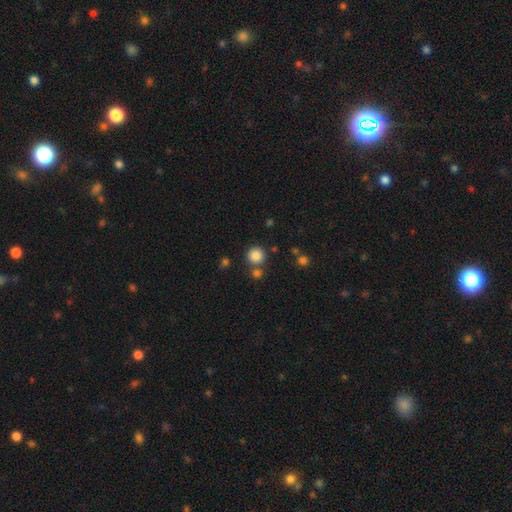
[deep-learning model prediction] Smooth or featured?
  - smooth: 84% *
  - star or artifact: 11%
  - featured or disk: 4%
How rounded?
  - round: 93% *
  - in between: 6%
  - cigar-shaped: 1%
Merging?
  - none: 75% *
  - merger: 14%
  - minor disturbance: 8%
  - major disturbance: 3%